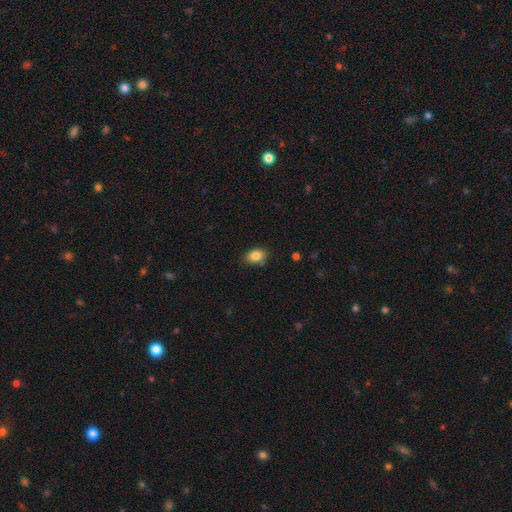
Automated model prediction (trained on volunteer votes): smooth_or_featured: smooth (p=0.85) [alt: star or artifact p=0.09]
how_rounded: in between (p=0.77) [alt: round p=0.21]
merging: none (p=0.81) [alt: minor disturbance p=0.14]